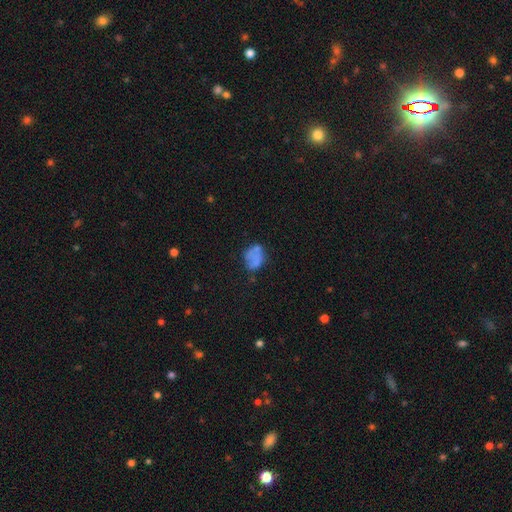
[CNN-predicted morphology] smooth_or_featured: smooth (p=0.52) [alt: featured or disk p=0.35]
how_rounded: in between (p=0.58) [alt: round p=0.40]
merging: none (p=0.43) [alt: minor disturbance p=0.25]